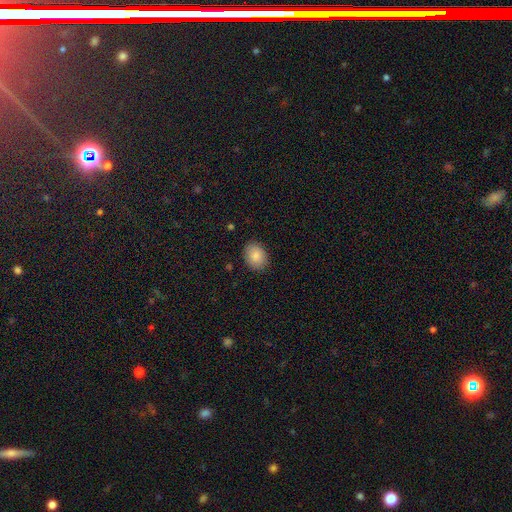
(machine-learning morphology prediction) Smooth or featured? Predicted: smooth (p=0.86). How rounded? Predicted: in between (p=0.66). Merging? Predicted: none (p=0.87).